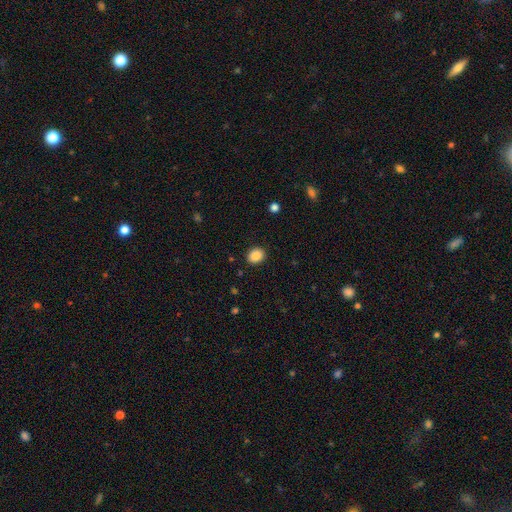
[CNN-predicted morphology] A smooth galaxy with no disk features (88%) that is round (55%). Merging: none (89%).